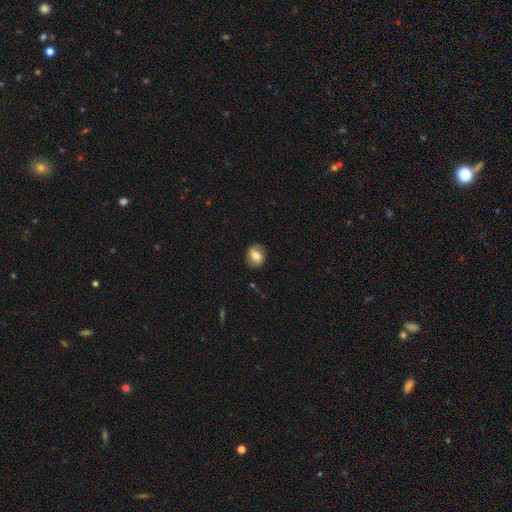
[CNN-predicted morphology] smooth_or_featured: smooth (p=0.61) [alt: featured or disk p=0.30]
how_rounded: round (p=0.55) [alt: in between p=0.43]
merging: none (p=0.80) [alt: minor disturbance p=0.14]